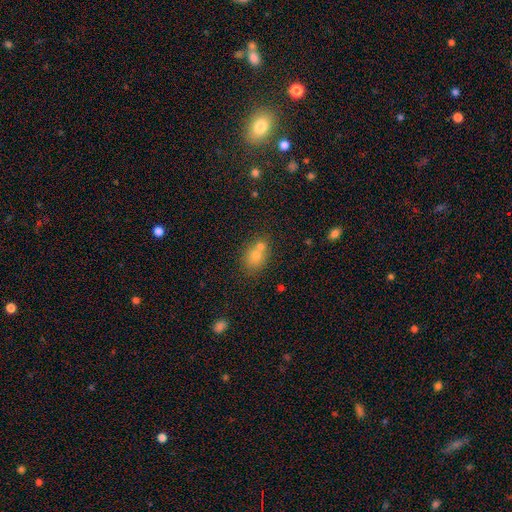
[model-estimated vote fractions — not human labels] This appears to be a smooth galaxy with no disk features (70%) that is in between round and cigar-shaped (53%). Merging: none (46%).